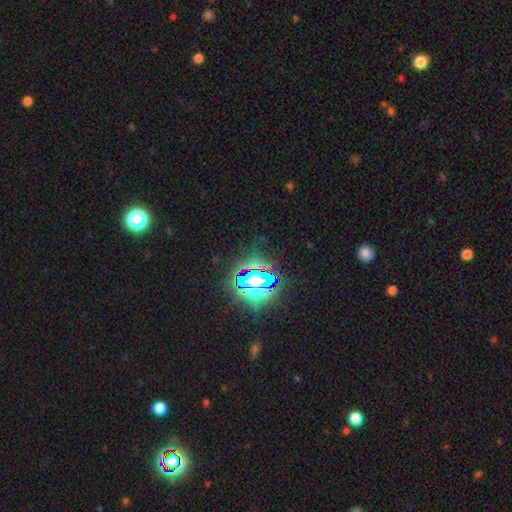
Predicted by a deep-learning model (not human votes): A star or artifact, not a galaxy (76%).